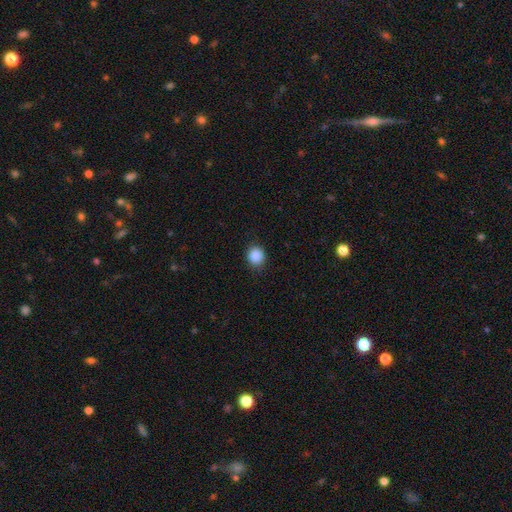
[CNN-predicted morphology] smooth 89%, star or artifact 9%, featured or disk 2%. Down the decision tree: how rounded — round (80%); merging — none (87%).